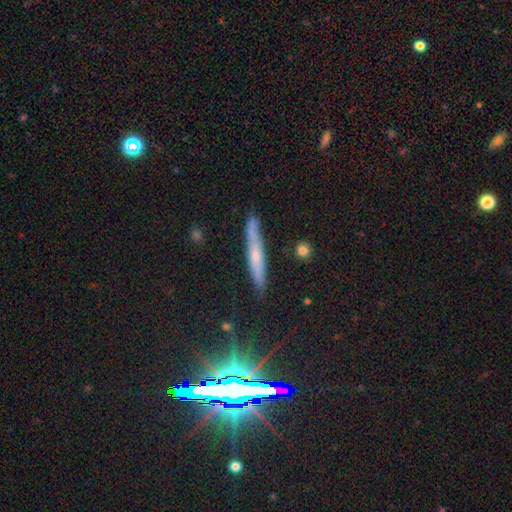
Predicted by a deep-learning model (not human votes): featured or disk 45%, smooth 40%, star or artifact 14%. Down the decision tree: merging — none (83%).